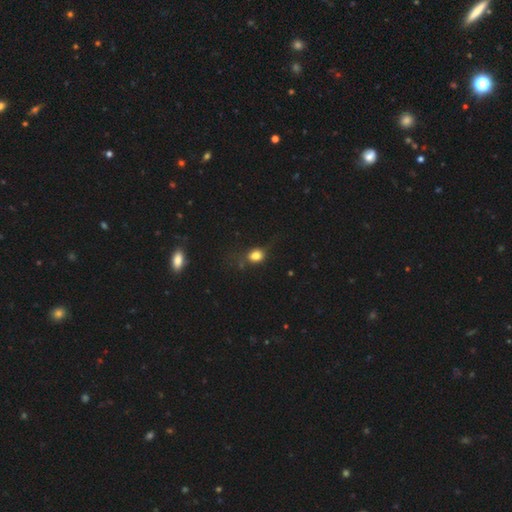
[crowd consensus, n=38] Overall: smooth (89%). How rounded: round (68%; in between 29%). Merging: none (57%; minor disturbance 26%).